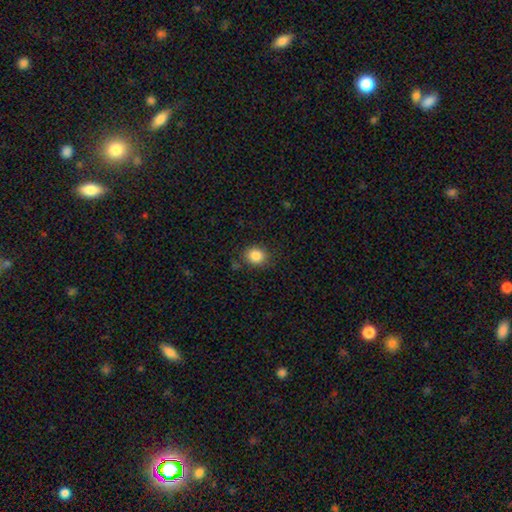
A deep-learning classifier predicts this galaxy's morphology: A smooth galaxy with no disk features (86%) that is round (70%). Merging: none (80%).